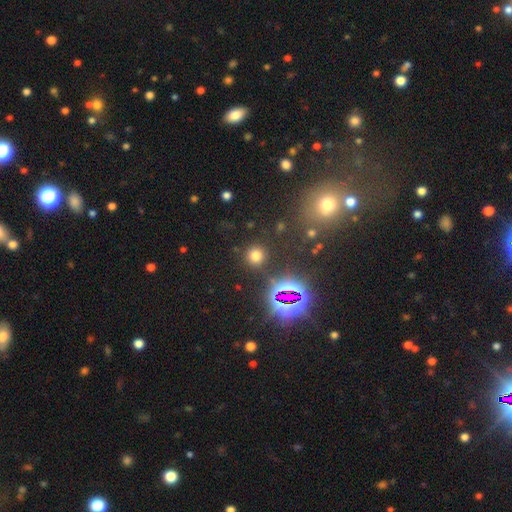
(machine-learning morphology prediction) Smooth or featured?
  - smooth: 66% *
  - star or artifact: 27%
  - featured or disk: 7%
How rounded?
  - round: 92% *
  - in between: 7%
  - cigar-shaped: 1%
Merging?
  - none: 87% *
  - minor disturbance: 7%
  - major disturbance: 3%
  - merger: 3%